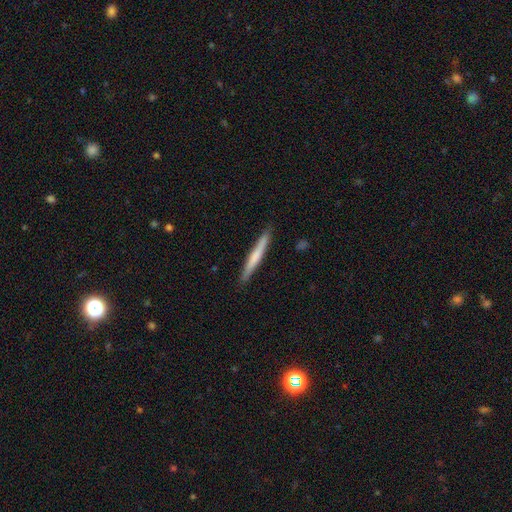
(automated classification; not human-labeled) Smooth or featured? Predicted: smooth (p=0.58). How rounded? Predicted: cigar-shaped (p=0.96). Merging? Predicted: none (p=0.90).